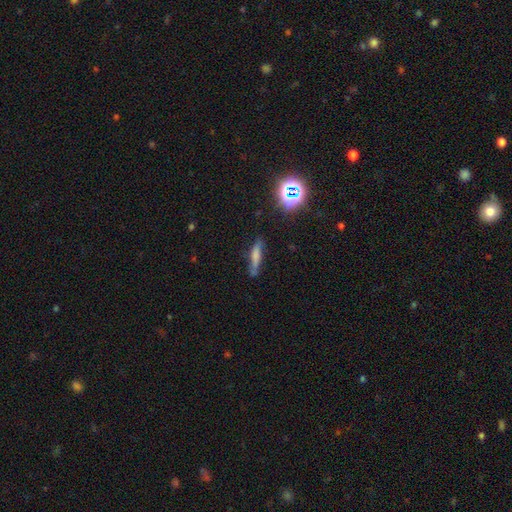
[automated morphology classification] This appears to be a smooth galaxy with no disk features (58%) that is cigar-shaped (82%). Merging: none (69%).